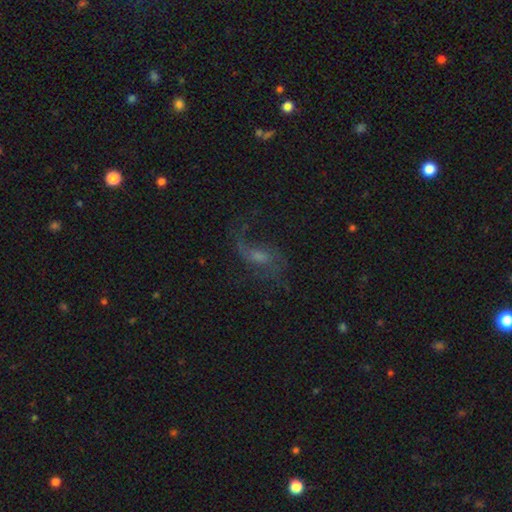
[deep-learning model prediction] The model was most divided on "bulge size": small: 42%, moderate: 40%, none: 10%, large: 6%, dominant: 2%. Remaining: edge-on disk — no (94%); spiral arms — yes (89%); spiral winding — loose (77%); spiral arm count — 2 (72%); smooth or featured — featured or disk (67%); merging — none (57%); bar — no (47%).